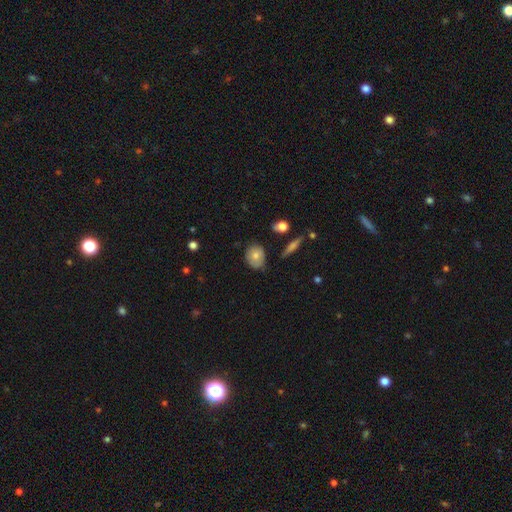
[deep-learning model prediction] Q: Smooth or featured?
A: smooth (70%); runner-up: featured or disk (22%)
Q: How rounded?
A: round (53%); runner-up: in between (45%)
Q: Merging?
A: none (71%); runner-up: minor disturbance (21%)